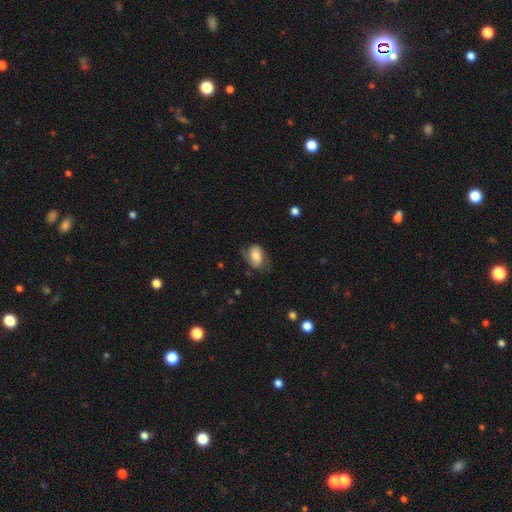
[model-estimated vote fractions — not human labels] Smooth or featured? Predicted: smooth (p=0.51). How rounded? Predicted: in between (p=0.82). Merging? Predicted: none (p=0.55).